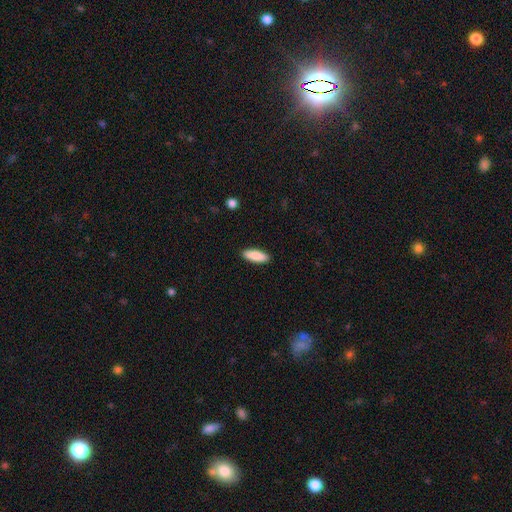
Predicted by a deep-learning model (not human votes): The model was most divided on "how rounded": in between: 63%, cigar-shaped: 35%, round: 2%. More confident: merging — none (90%); smooth or featured — smooth (87%).